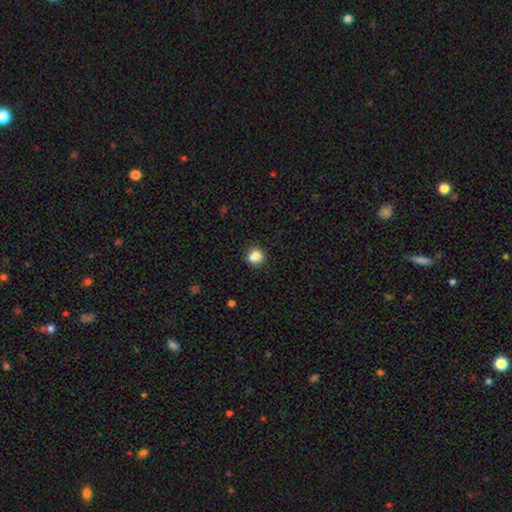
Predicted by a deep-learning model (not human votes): A smooth galaxy with no disk features (82%) that is round (81%). Merging: none (66%).